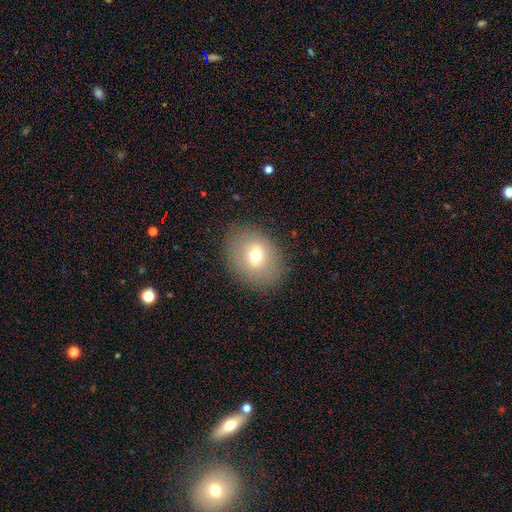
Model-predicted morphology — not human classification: This is likely a smooth galaxy (62%). How rounded: likely in between (61%). Merging: clearly none (85%).